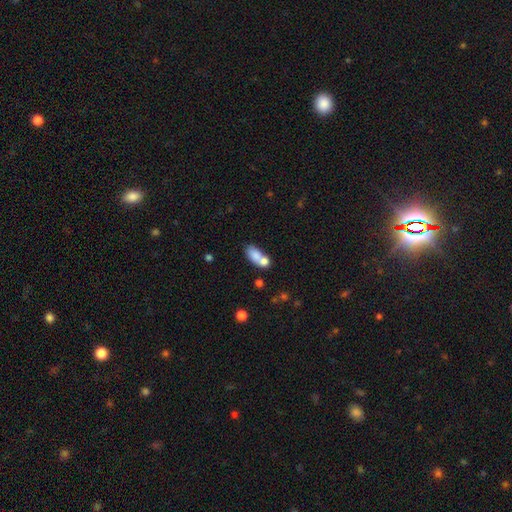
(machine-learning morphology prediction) The model was most divided on "merging": merger: 49%, none: 34%, minor disturbance: 12%, major disturbance: 6%. More confident: how rounded — in between (82%); smooth or featured — smooth (76%).